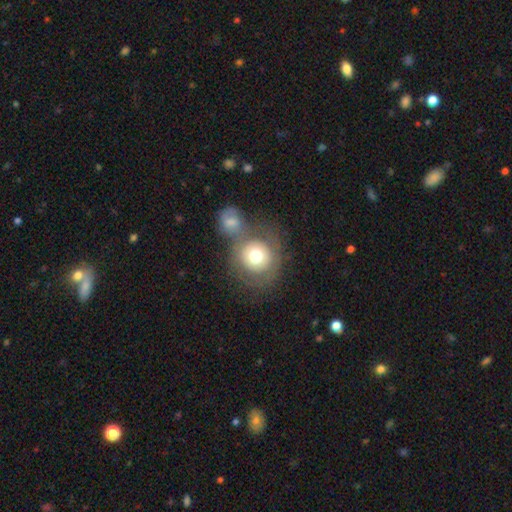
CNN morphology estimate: This appears to be a smooth galaxy with no disk features (66%) that is round (89%). Merging: none (45%).